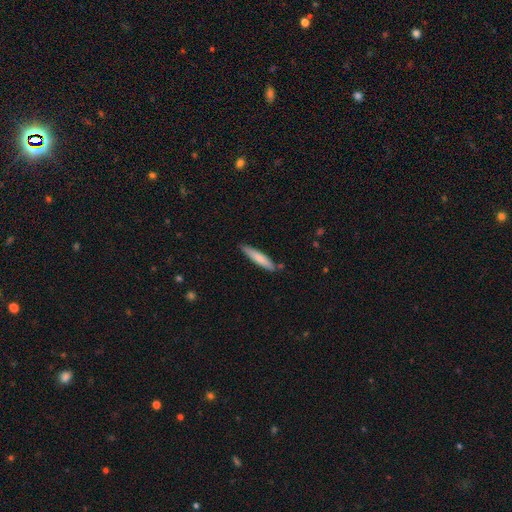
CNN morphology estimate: smooth 72%, featured or disk 22%, star or artifact 6%. Down the decision tree: how rounded — cigar-shaped (91%); merging — none (86%).